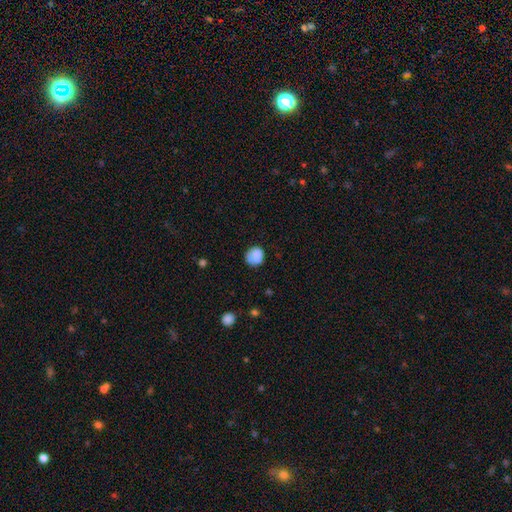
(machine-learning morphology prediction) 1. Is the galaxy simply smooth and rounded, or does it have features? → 80% smooth, 12% featured or disk, 9% star or artifact.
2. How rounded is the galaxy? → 80% round, 19% in between, 1% cigar-shaped.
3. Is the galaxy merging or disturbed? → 66% none, 24% minor disturbance, 7% major disturbance, 3% merger.